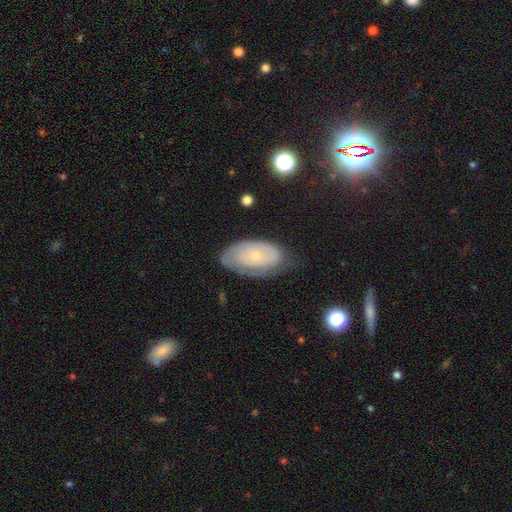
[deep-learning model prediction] This is likely a featured or disk galaxy (61%). It is clearly not viewed edge-on (94%). Bar: clearly no (83%). Spiral arm pattern: likely yes (68%). Central bulge: likely small (74%). Merging: likely none (61%).